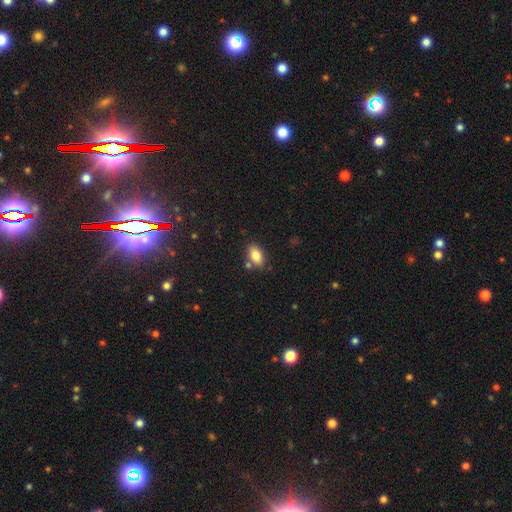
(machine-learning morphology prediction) Smooth or featured? Predicted: smooth (p=0.82). How rounded? Predicted: in between (p=0.89). Merging? Predicted: none (p=0.76).